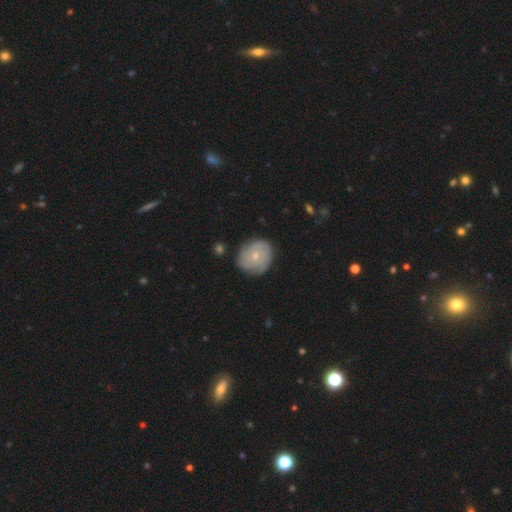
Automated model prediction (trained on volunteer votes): A featured or disk galaxy (72%) with no bar (80%), 3 (30%) tight (70%) spiral arms (93%) and a small central bulge (61%). Merging: none (81%).